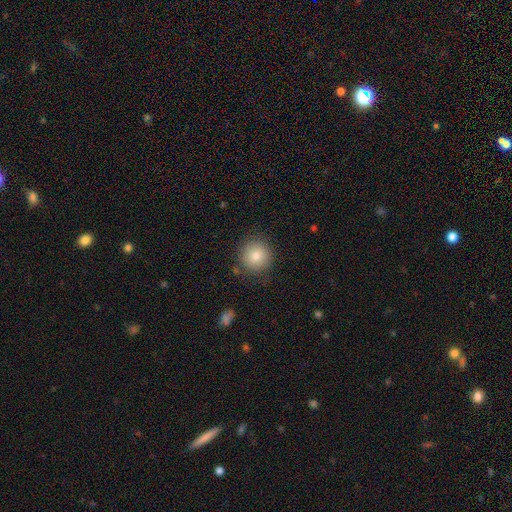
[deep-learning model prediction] smooth_or_featured: smooth (p=0.82) [alt: star or artifact p=0.09]
how_rounded: round (p=0.94) [alt: in between p=0.05]
merging: none (p=0.86) [alt: minor disturbance p=0.09]